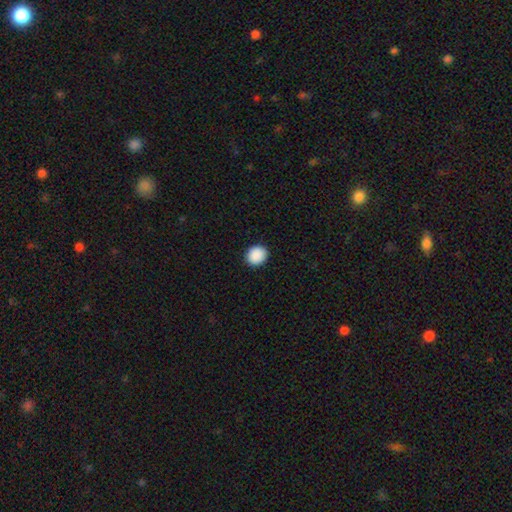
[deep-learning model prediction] Smooth or featured?
  - smooth: 90% *
  - star or artifact: 8%
  - featured or disk: 2%
How rounded?
  - round: 78% *
  - in between: 21%
  - cigar-shaped: 1%
Merging?
  - none: 92% *
  - minor disturbance: 6%
  - major disturbance: 2%
  - merger: 1%